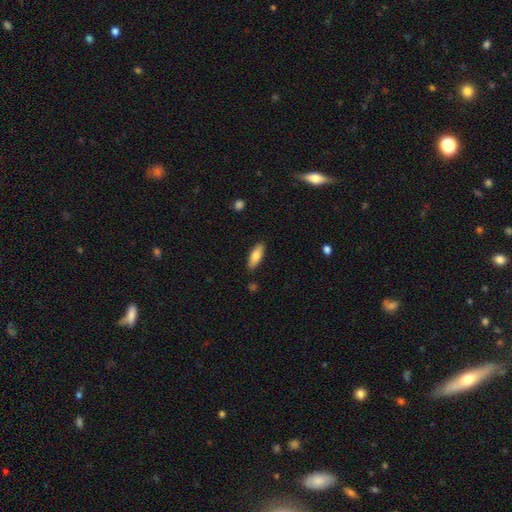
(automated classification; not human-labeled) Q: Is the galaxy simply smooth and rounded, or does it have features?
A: smooth — 78%.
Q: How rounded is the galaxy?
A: in between — 66%.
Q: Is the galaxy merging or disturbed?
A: none — 86%.